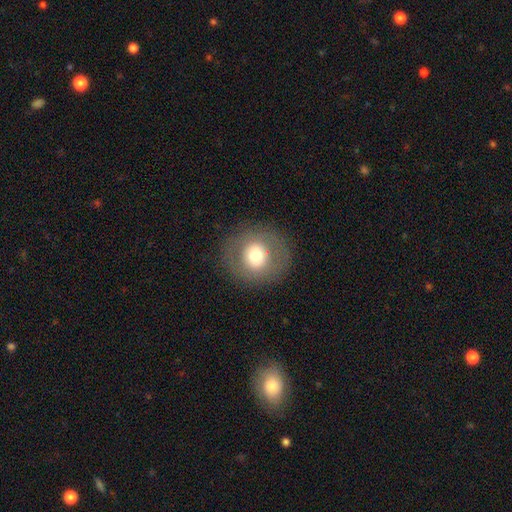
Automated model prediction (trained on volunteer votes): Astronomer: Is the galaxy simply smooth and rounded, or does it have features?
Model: smooth — 65%.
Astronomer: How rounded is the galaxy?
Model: round — 89%.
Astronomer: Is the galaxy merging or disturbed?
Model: none — 85%.